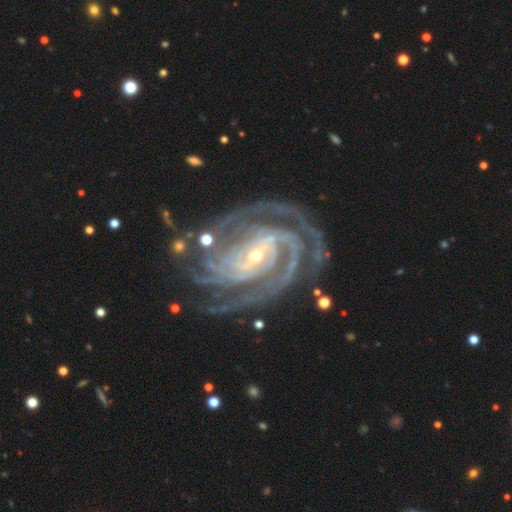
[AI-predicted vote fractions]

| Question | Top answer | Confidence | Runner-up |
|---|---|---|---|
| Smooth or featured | featured or disk | 93% | star or artifact (4%) |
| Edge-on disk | no | 97% | yes (3%) |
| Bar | strong | 38% | weak (34%) |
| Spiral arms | yes | 99% | no (1%) |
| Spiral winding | tight | 76% | medium (22%) |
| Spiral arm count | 4 | 29% | 3 (25%) |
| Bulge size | small | 72% | moderate (24%) |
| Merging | none | 73% | minor disturbance (16%) |